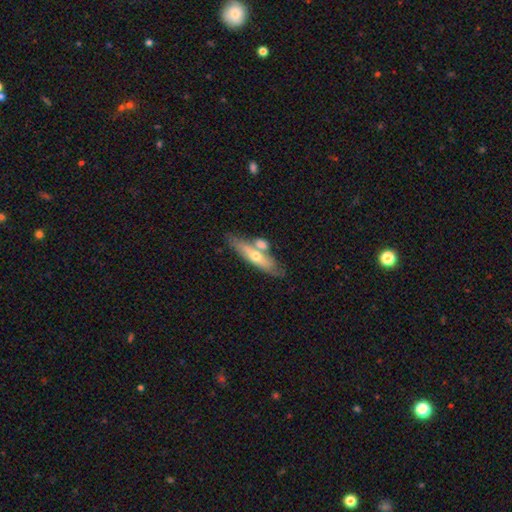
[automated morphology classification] Overall: featured or disk (47%, tied with smooth). Merging: none (55%; merger 27%).